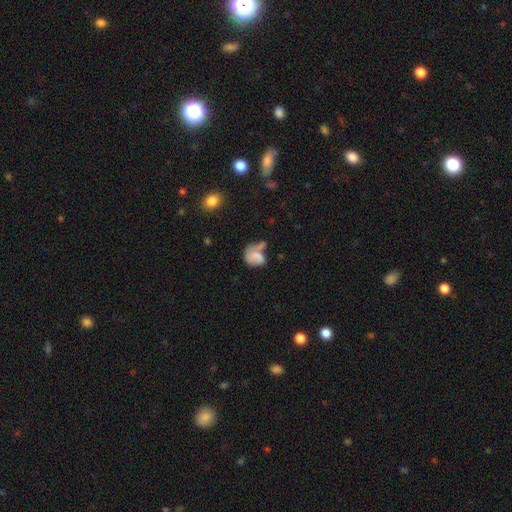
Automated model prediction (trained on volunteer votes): Smooth or featured? smooth (67%)
How rounded? in between (59%)
Merging? none (29%)